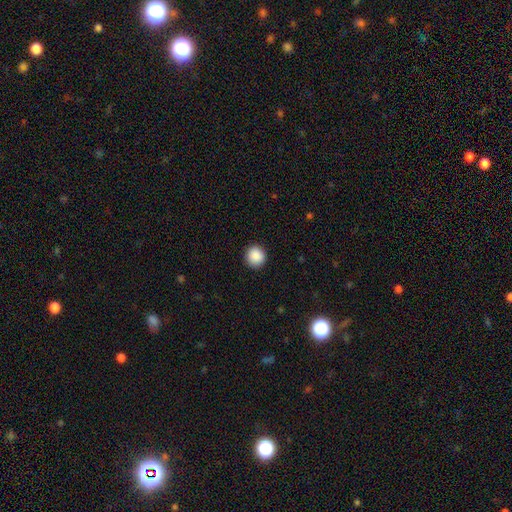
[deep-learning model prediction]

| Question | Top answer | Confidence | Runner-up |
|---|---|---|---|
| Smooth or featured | smooth | 89% | star or artifact (8%) |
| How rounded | round | 92% | in between (7%) |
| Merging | none | 92% | minor disturbance (6%) |